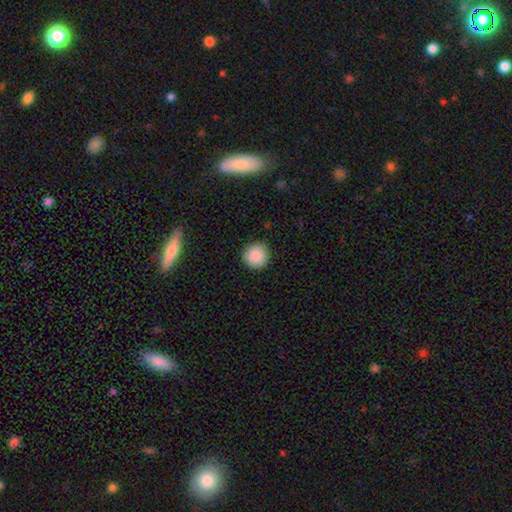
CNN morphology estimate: This appears to be a smooth galaxy with no disk features (89%) that is round (95%). Merging: none (91%).